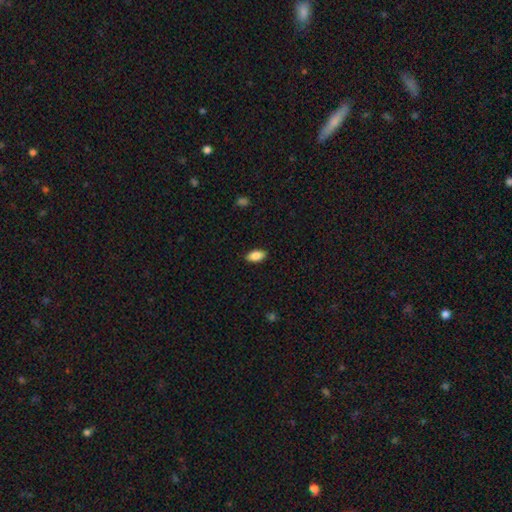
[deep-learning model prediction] Morphology: type=smooth (85%); roundness=in between (91%); merging=none (88%).